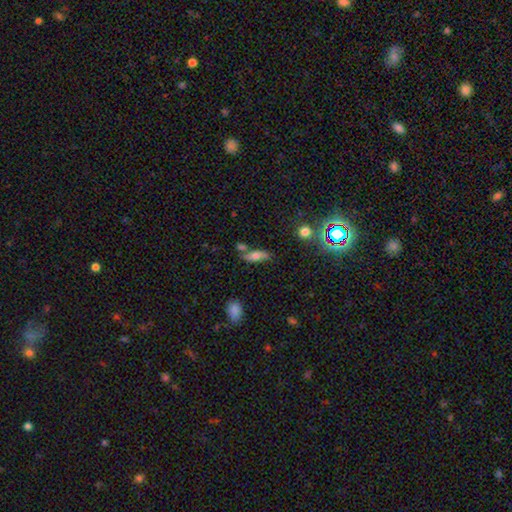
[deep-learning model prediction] A smooth galaxy with no disk features (62%) that is in between round and cigar-shaped (67%).

Vote fractions:
- Smooth or featured? smooth: 62% / featured or disk: 28% / star or artifact: 10%
- How rounded? in between: 67% / cigar-shaped: 29% / round: 4%
- Merging? none: 60% / minor disturbance: 18% / merger: 16% / major disturbance: 6%